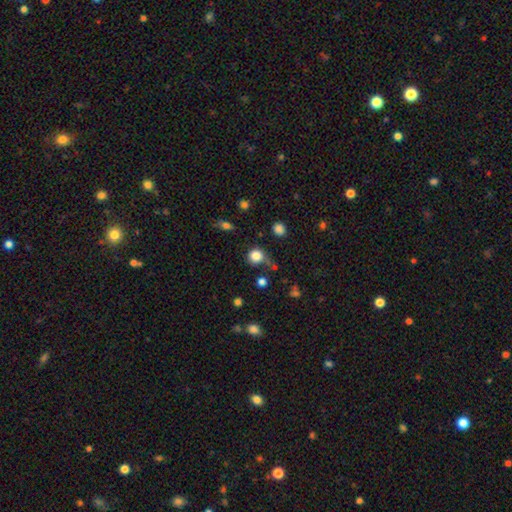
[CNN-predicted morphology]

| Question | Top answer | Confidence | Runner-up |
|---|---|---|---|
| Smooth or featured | smooth | 82% | star or artifact (12%) |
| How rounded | round | 90% | in between (9%) |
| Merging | none | 63% | minor disturbance (21%) |